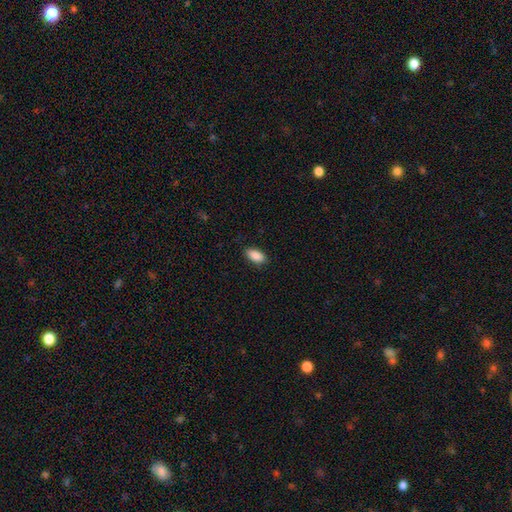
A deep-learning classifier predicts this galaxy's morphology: smooth_or_featured: smooth (p=0.90) [alt: star or artifact p=0.07]
how_rounded: in between (p=0.92) [alt: cigar-shaped p=0.05]
merging: none (p=0.88) [alt: minor disturbance p=0.09]